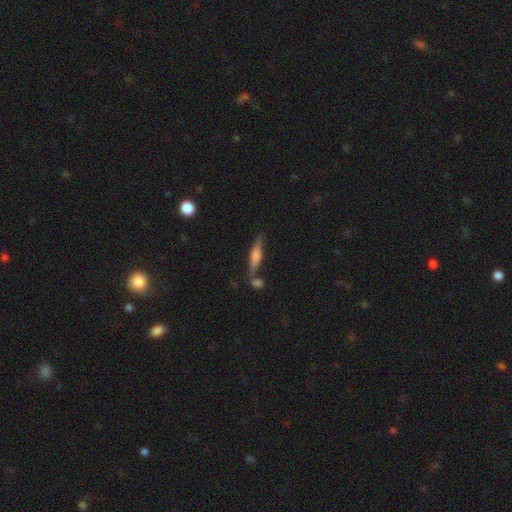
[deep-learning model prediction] Smooth or featured? featured or disk (54%)
Edge-on disk? yes (94%)
Edge-on bulge? rounded (67%)
Merging? none (71%)